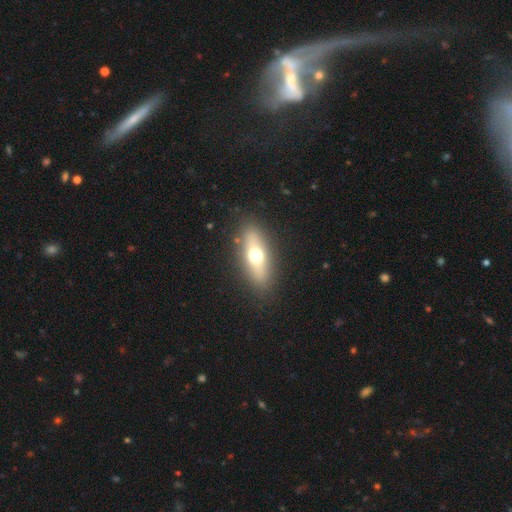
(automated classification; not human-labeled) Q: Smooth or featured?
A: smooth (55%); runner-up: featured or disk (36%)
Q: How rounded?
A: in between (61%); runner-up: cigar-shaped (32%)
Q: Merging?
A: none (87%); runner-up: minor disturbance (8%)